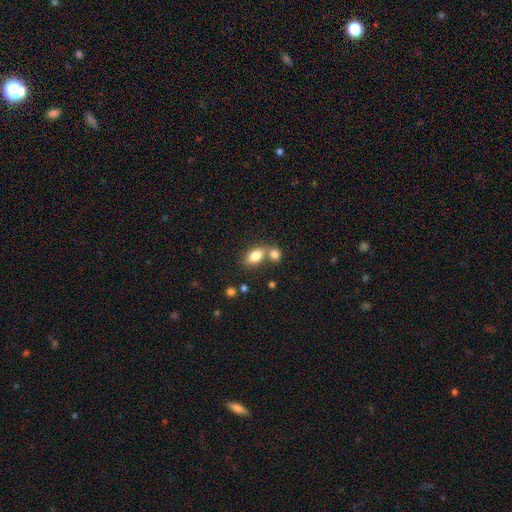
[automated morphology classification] Smooth or featured? smooth (81%)
How rounded? in between (86%)
Merging? none (43%, tied with merger)